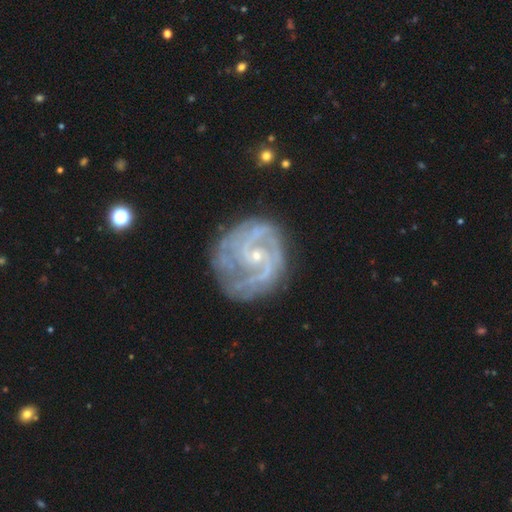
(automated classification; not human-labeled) Smooth or featured: featured or disk — 88% (star or artifact — 6%)
Edge-on disk: no — 98% (yes — 2%)
Bar: no — 57% (weak — 34%)
Spiral arms: yes — 96% (no — 4%)
Spiral winding: tight — 51% (medium — 40%)
Spiral arm count: 2 — 49% (3 — 18%)
Bulge size: small — 79% (moderate — 17%)
Merging: none — 69% (minor disturbance — 19%)